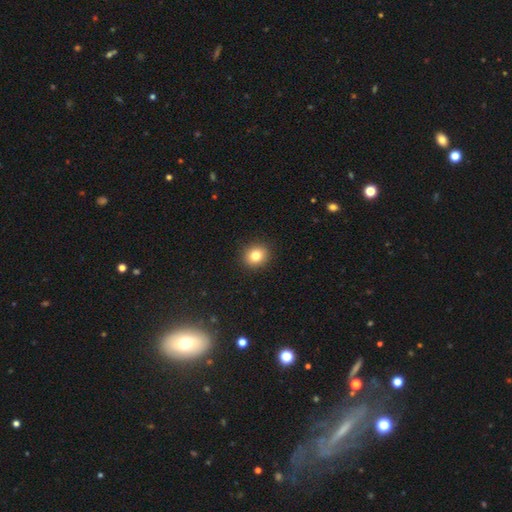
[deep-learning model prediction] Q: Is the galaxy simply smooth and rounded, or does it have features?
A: smooth — 81%.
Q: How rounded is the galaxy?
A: round — 81%.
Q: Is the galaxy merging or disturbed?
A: none — 92%.